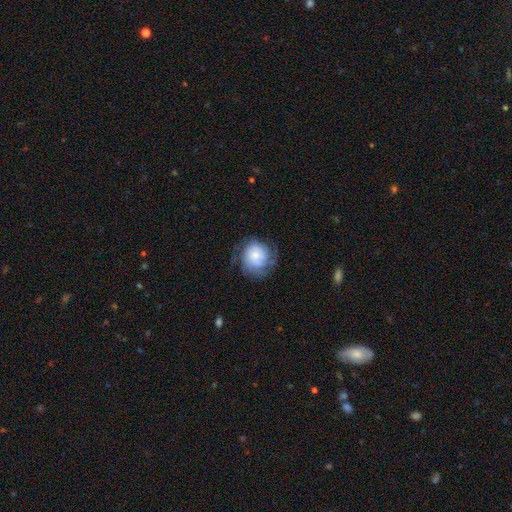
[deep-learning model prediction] A featured or disk galaxy (51%).

Vote fractions:
- Smooth or featured? featured or disk: 51% / smooth: 41% / star or artifact: 9%
- Edge-on disk? no: 97% / yes: 3%
- Merging? none: 64% / minor disturbance: 21% / major disturbance: 14% / merger: 1%